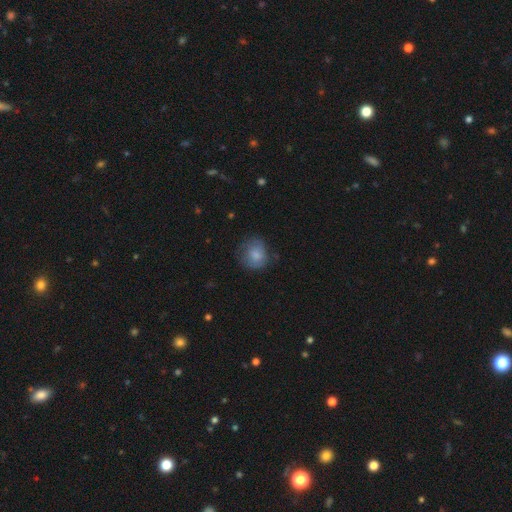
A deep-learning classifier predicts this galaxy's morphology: Overall: smooth (76%). How rounded: round (79%). Merging: none (63%; minor disturbance 25%).